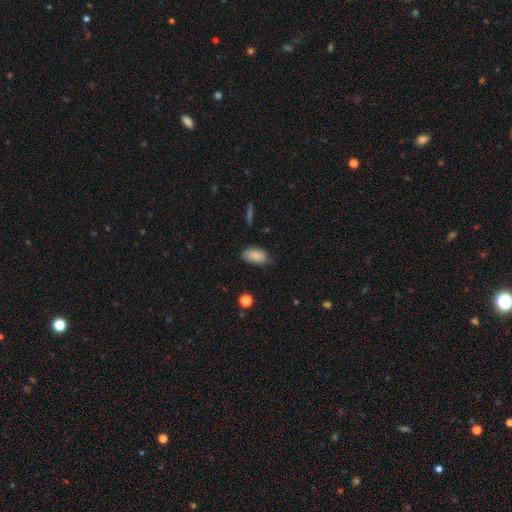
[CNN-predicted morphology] Smooth or featured? Predicted: smooth (p=0.84). How rounded? Predicted: in between (p=0.93). Merging? Predicted: none (p=0.67).